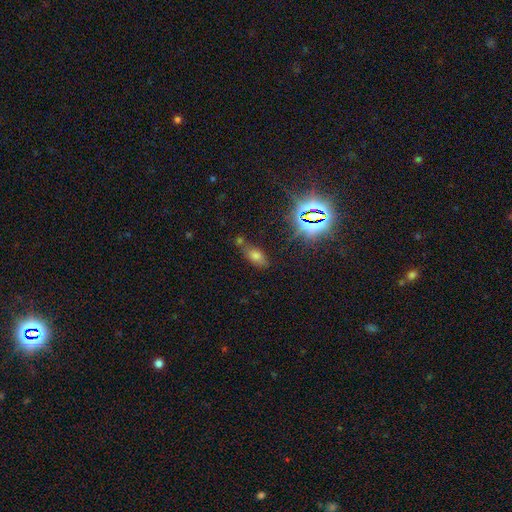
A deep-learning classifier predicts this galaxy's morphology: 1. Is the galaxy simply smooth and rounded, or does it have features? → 61% smooth, 27% star or artifact, 12% featured or disk.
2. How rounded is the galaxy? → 83% in between, 10% cigar-shaped, 7% round.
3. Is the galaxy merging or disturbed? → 64% none, 17% minor disturbance, 13% merger, 6% major disturbance.